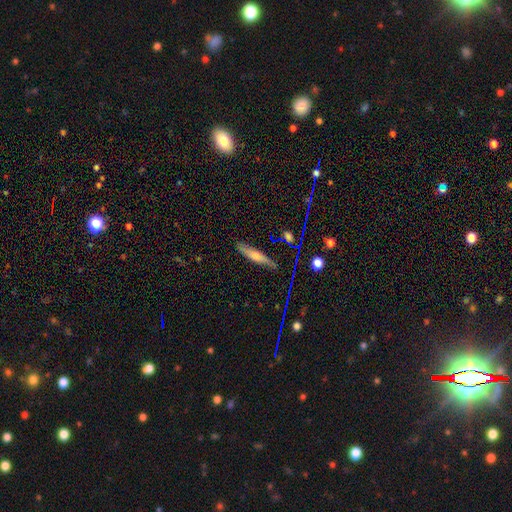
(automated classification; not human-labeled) A smooth galaxy with no disk features (55%) that is cigar-shaped (86%).

Vote fractions:
- Smooth or featured? smooth: 55% / featured or disk: 36% / star or artifact: 9%
- How rounded? cigar-shaped: 86% / in between: 12% / round: 2%
- Merging? none: 80% / minor disturbance: 15% / major disturbance: 3% / merger: 2%